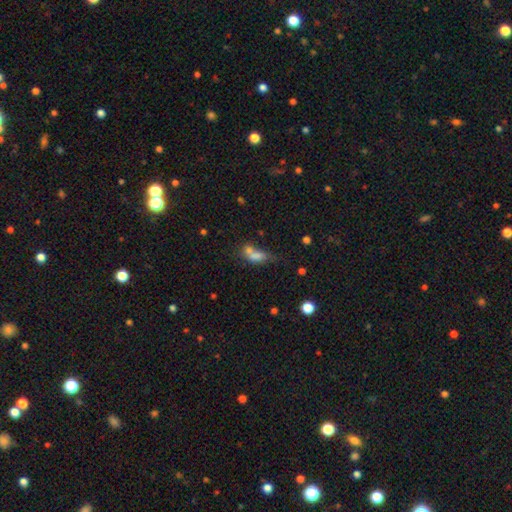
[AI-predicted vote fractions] Q: Smooth or featured?
A: smooth (69%); runner-up: featured or disk (19%)
Q: How rounded?
A: in between (73%); runner-up: cigar-shaped (15%)
Q: Merging?
A: merger (52%); runner-up: none (22%)